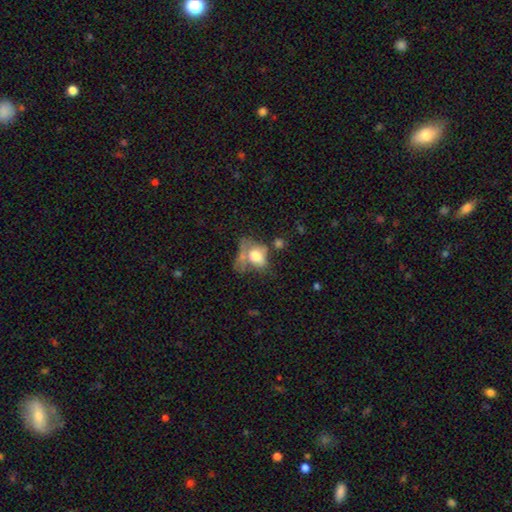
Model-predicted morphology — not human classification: smooth 63%, featured or disk 26%, star or artifact 11%. Down the decision tree: how rounded — in between (69%); merging — major disturbance (33%).